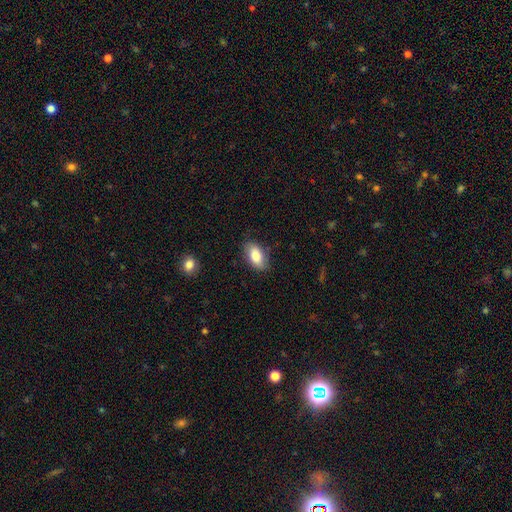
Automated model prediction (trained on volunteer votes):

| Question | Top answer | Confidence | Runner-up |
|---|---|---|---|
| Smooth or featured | smooth | 82% | featured or disk (11%) |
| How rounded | in between | 92% | round (5%) |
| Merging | none | 81% | minor disturbance (14%) |